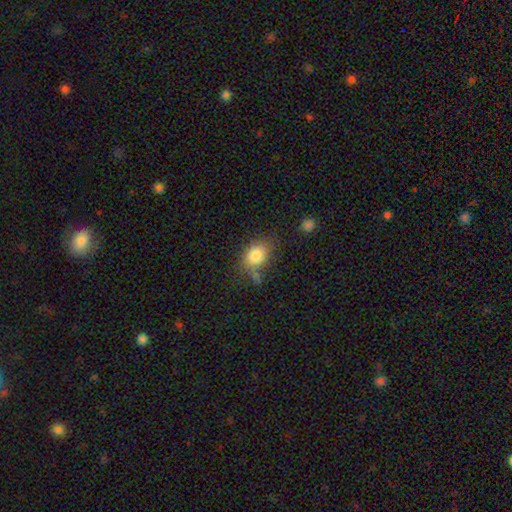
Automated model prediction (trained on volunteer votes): smooth 83%, star or artifact 9%, featured or disk 8%. Down the decision tree: how rounded — in between (69%); merging — none (59%).